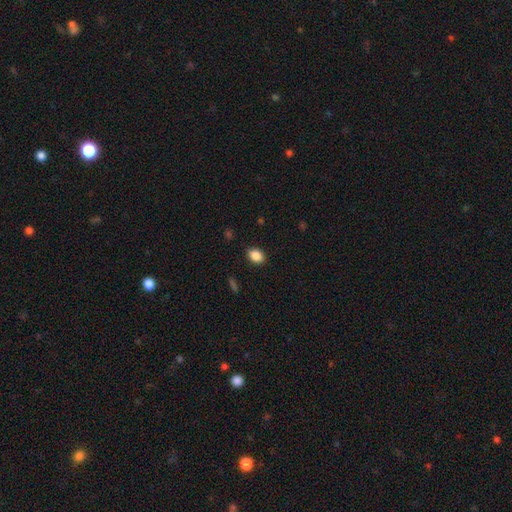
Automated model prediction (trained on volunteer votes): This appears to be a smooth galaxy with no disk features (88%) that is in between round and cigar-shaped (77%). Merging: none (88%).